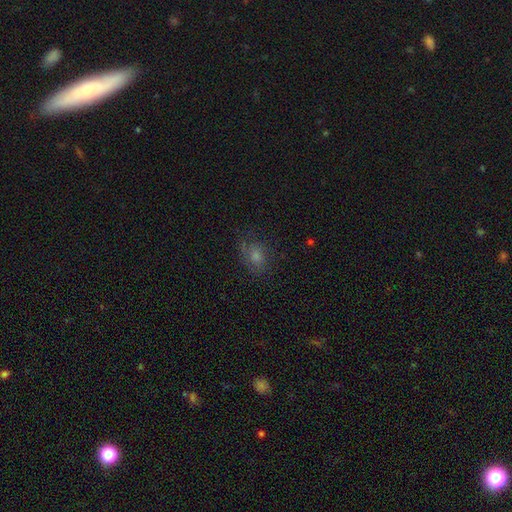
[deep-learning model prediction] Smooth or featured? Predicted: smooth (p=0.52). How rounded? Predicted: round (p=0.52). Merging? Predicted: none (p=0.69).